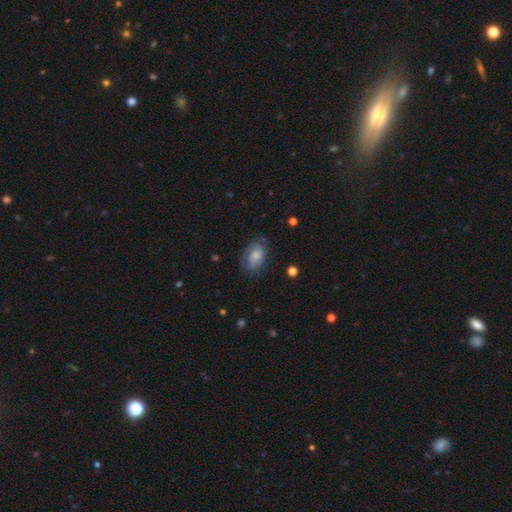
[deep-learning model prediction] Smooth or featured? Predicted: smooth (p=0.61). How rounded? Predicted: in between (p=0.82). Merging? Predicted: none (p=0.61).